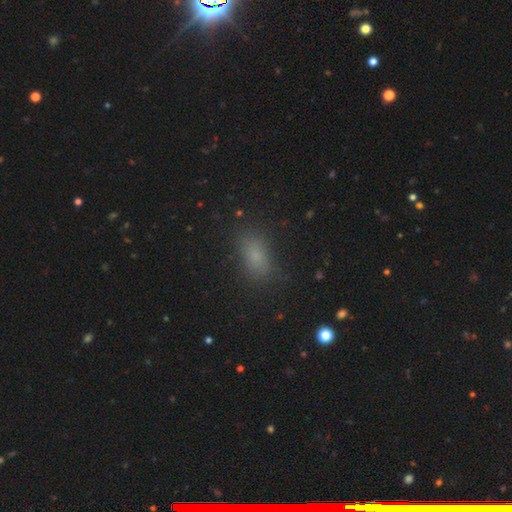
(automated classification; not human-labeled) A smooth galaxy with no disk features (76%) that is in between round and cigar-shaped (84%). Merging: none (80%).